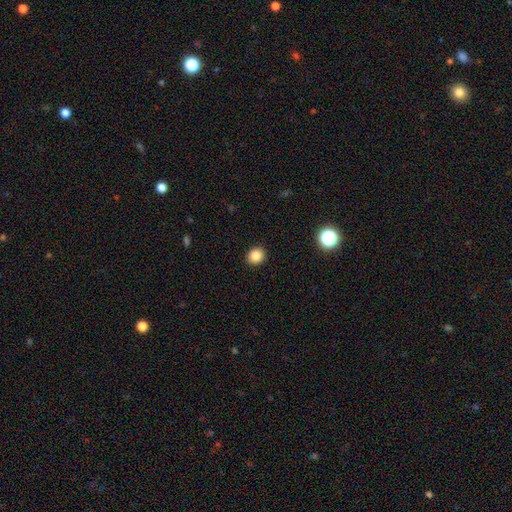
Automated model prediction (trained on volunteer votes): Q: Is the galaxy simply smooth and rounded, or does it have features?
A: smooth — 84%.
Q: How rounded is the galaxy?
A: round — 77%.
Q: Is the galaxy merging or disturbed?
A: none — 92%.